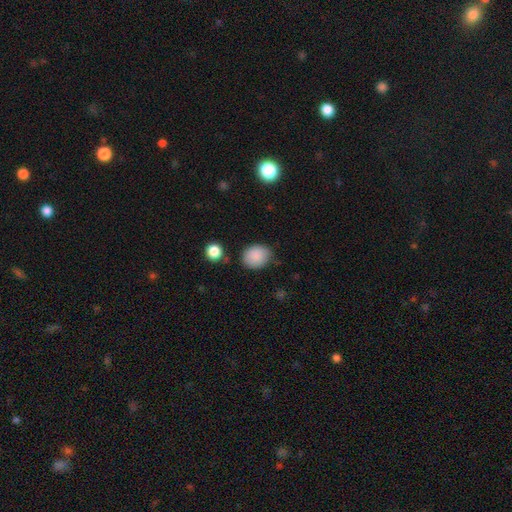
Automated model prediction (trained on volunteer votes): Smooth or featured: smooth — 87% (star or artifact — 8%)
How rounded: round — 59% (in between — 40%)
Merging: none — 75% (minor disturbance — 18%)